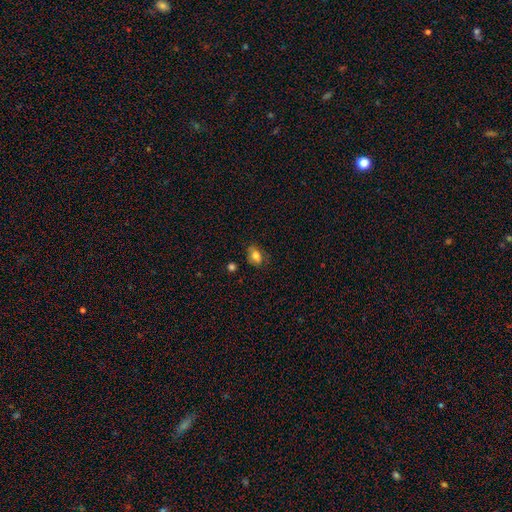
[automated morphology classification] smooth_or_featured: smooth (p=0.78) [alt: featured or disk p=0.12]
how_rounded: in between (p=0.76) [alt: round p=0.22]
merging: none (p=0.69) [alt: minor disturbance p=0.22]